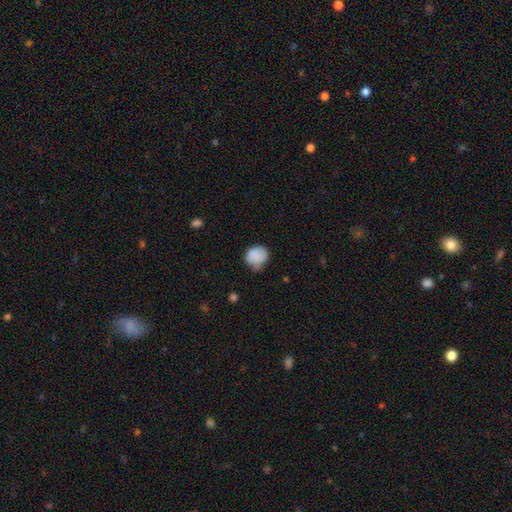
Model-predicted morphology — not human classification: type=smooth (84%); roundness=round (72%); merging=none (54%).